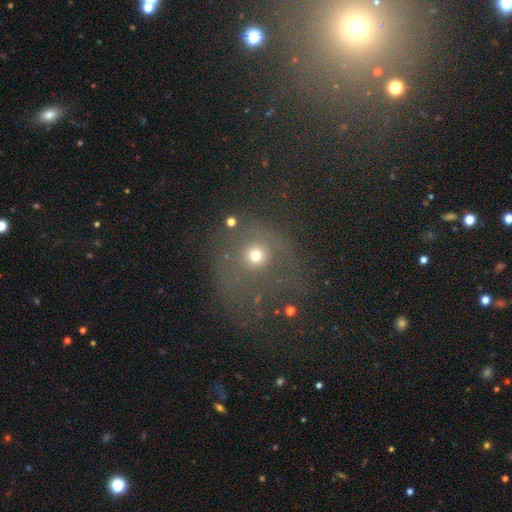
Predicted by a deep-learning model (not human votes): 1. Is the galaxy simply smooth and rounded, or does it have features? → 61% smooth, 21% star or artifact, 19% featured or disk.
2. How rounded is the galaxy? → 84% round, 15% in between, 2% cigar-shaped.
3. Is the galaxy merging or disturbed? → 57% none, 19% major disturbance, 16% minor disturbance, 8% merger.